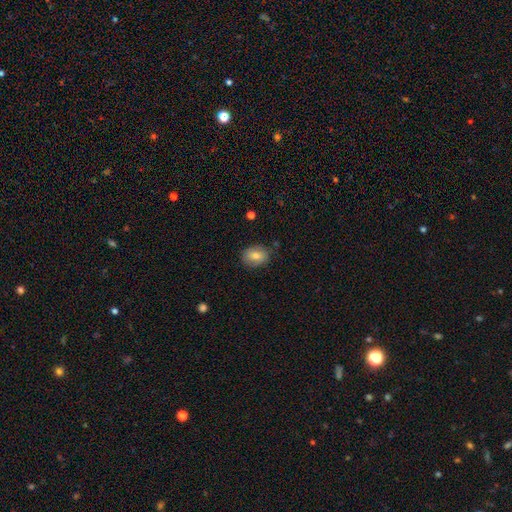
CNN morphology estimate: Smooth or featured: smooth — 76% (featured or disk — 15%)
How rounded: in between — 66% (round — 32%)
Merging: none — 82% (minor disturbance — 13%)